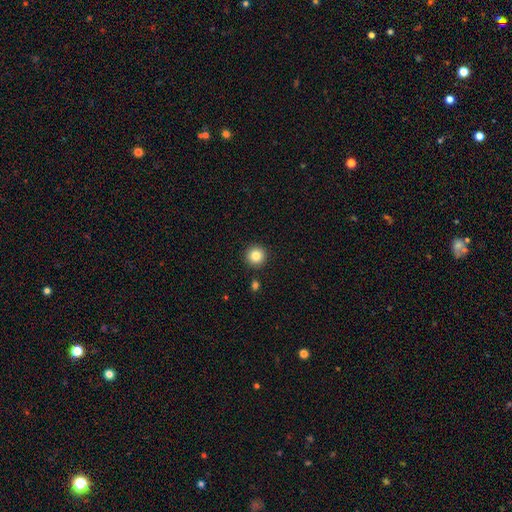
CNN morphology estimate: smooth-or-featured: smooth: 84% | star or artifact: 10% | featured or disk: 6%
  how-rounded: round: 95% | in between: 4% | cigar-shaped: 1%
  merging: none: 91% | minor disturbance: 5% | merger: 2% | major disturbance: 2%